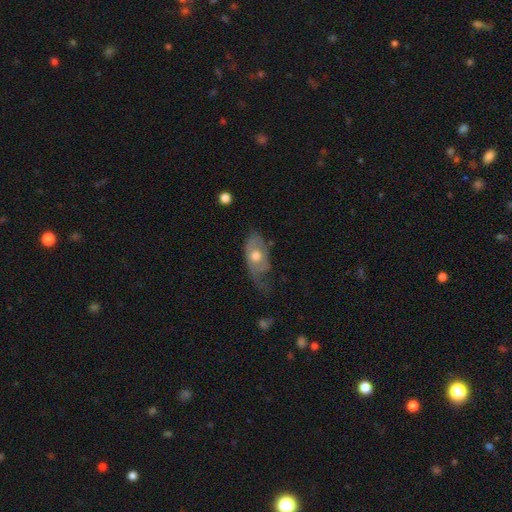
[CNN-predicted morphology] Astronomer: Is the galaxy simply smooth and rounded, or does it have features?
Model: featured or disk — 57% (runner-up: smooth, 37%).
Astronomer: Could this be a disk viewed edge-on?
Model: no — 87%.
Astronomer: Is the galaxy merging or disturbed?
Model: none — 35% (runner-up: minor disturbance, 34%).